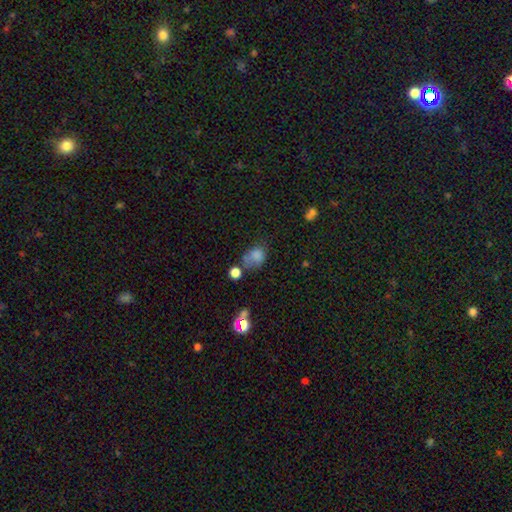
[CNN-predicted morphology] smooth_or_featured: smooth (p=0.74) [alt: star or artifact p=0.14]
how_rounded: in between (p=0.56) [alt: round p=0.43]
merging: none (p=0.36) [alt: minor disturbance p=0.25]